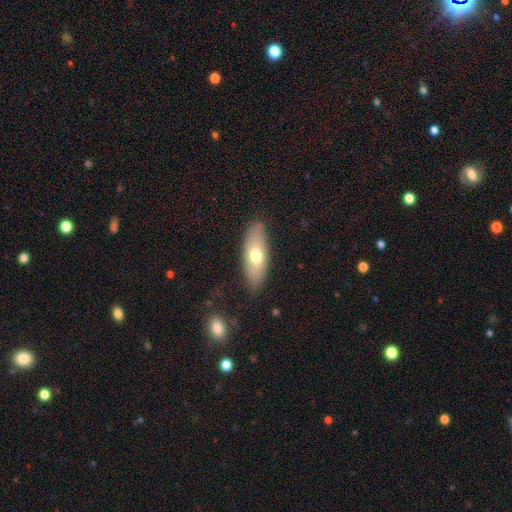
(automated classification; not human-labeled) This is likely a smooth galaxy (66%). How rounded: likely in between (70%). Merging: clearly none (82%).